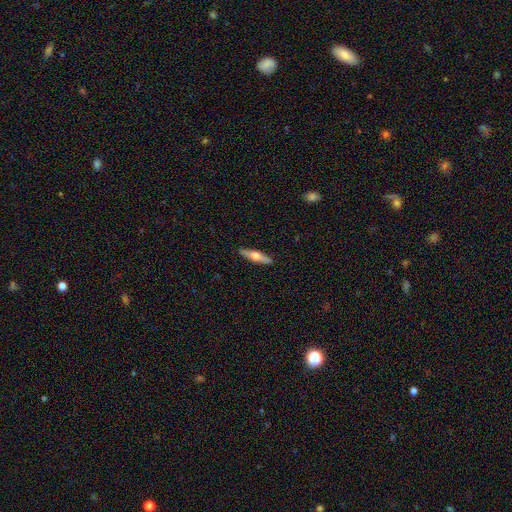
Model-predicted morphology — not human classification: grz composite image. It shows a featured or disk galaxy (51%) viewed edge-on (95%). Merging: none (90%).